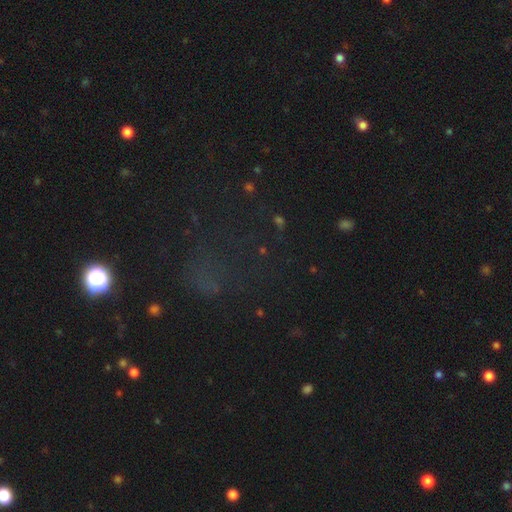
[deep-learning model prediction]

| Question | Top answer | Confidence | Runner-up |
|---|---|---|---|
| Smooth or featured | star or artifact | 58% | smooth (28%) |